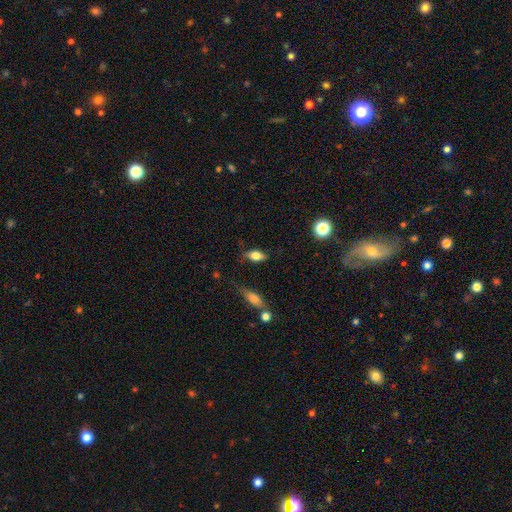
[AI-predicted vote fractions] A smooth galaxy with no disk features (63%) that is in between round and cigar-shaped (78%). Merging: none (73%).